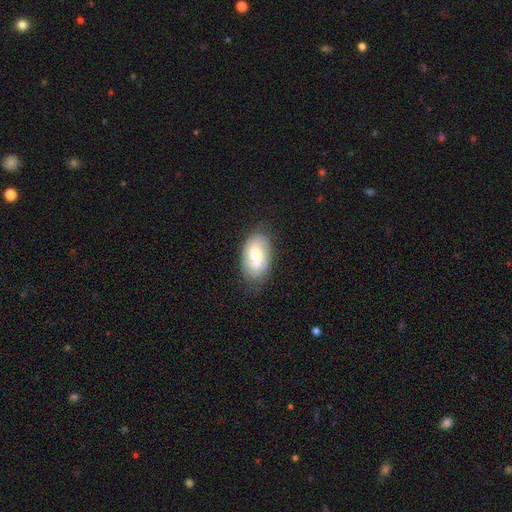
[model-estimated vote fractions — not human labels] A smooth galaxy with no disk features (52%) that is in between round and cigar-shaped (91%). Merging: none (70%).